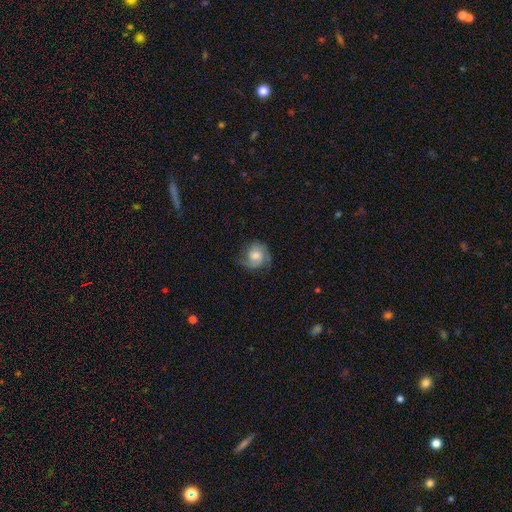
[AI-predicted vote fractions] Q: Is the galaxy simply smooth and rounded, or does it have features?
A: featured or disk — 60%.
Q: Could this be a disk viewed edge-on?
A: no — 97%.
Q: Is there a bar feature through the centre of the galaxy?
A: no — 60%.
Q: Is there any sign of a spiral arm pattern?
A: yes — 91%.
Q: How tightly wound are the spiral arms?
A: medium — 44%.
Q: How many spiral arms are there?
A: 2 — 69%.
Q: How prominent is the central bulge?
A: moderate — 57%.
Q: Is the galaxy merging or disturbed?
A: none — 64%.